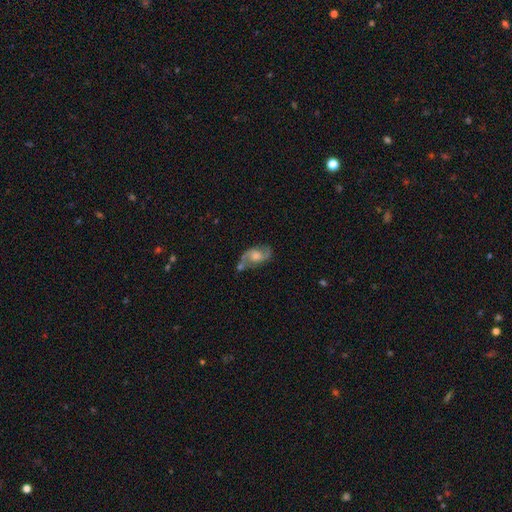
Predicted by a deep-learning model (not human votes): Smooth or featured: featured or disk — 78% (smooth — 15%)
Edge-on disk: no — 96% (yes — 4%)
Bar: no — 59% (weak — 35%)
Spiral arms: yes — 93% (no — 7%)
Spiral winding: loose — 47% (medium — 42%)
Spiral arm count: 2 — 90% (can't tell — 4%)
Bulge size: moderate — 41% (large — 25%)
Merging: none — 56% (minor disturbance — 19%)